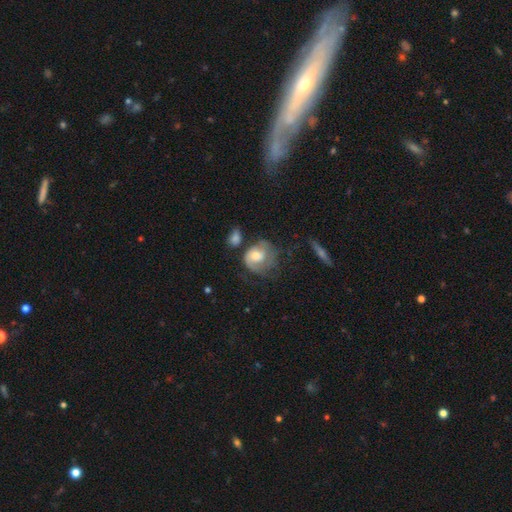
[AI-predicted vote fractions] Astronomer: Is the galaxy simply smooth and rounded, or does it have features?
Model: featured or disk — 60%.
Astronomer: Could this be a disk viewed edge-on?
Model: no — 97%.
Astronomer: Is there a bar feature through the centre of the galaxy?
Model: no — 70%.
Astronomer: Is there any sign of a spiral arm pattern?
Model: yes — 78%.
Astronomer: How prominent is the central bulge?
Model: moderate — 62%.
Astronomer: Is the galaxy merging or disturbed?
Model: none — 36% (runner-up: major disturbance, 29%).